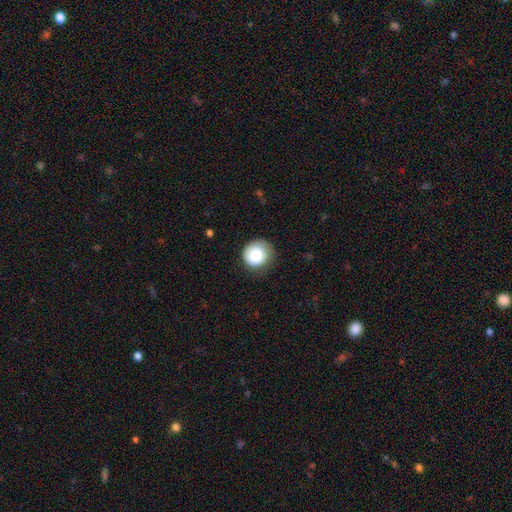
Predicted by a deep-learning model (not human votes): A smooth galaxy with no disk features (84%) that is round (90%).

Vote fractions:
- Smooth or featured? smooth: 84% / star or artifact: 8% / featured or disk: 8%
- How rounded? round: 90% / in between: 9% / cigar-shaped: 1%
- Merging? none: 73% / minor disturbance: 21% / major disturbance: 5% / merger: 1%